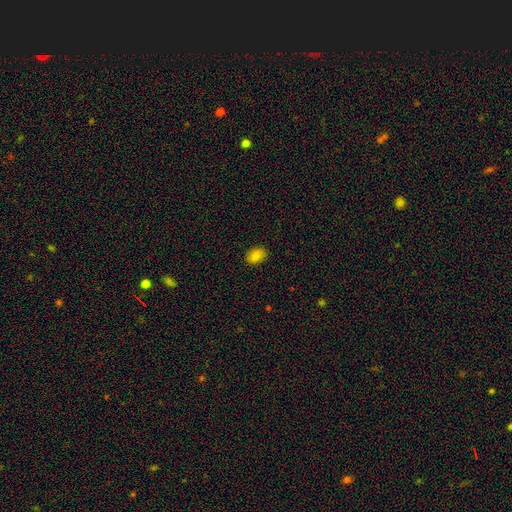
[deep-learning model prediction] smooth-or-featured: smooth: 84% | star or artifact: 9% | featured or disk: 7%
  how-rounded: in between: 80% | round: 19% | cigar-shaped: 1%
  merging: none: 87% | minor disturbance: 9% | major disturbance: 2% | merger: 1%